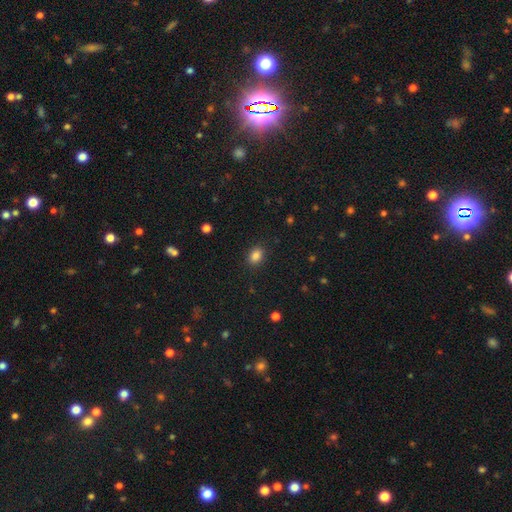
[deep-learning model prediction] Smooth or featured? smooth (86%)
How rounded? in between (62%)
Merging? none (89%)